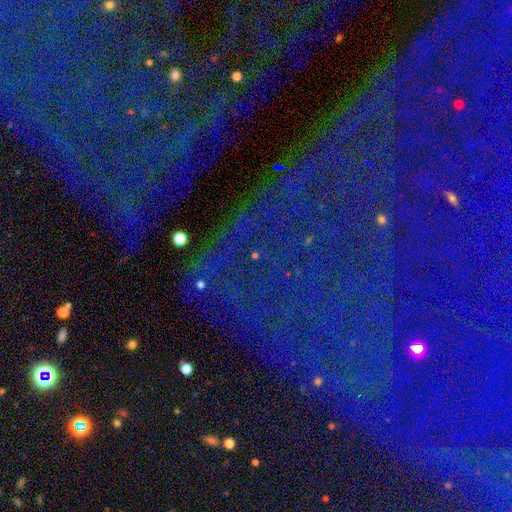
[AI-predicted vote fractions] Smooth or featured? star or artifact (80%)